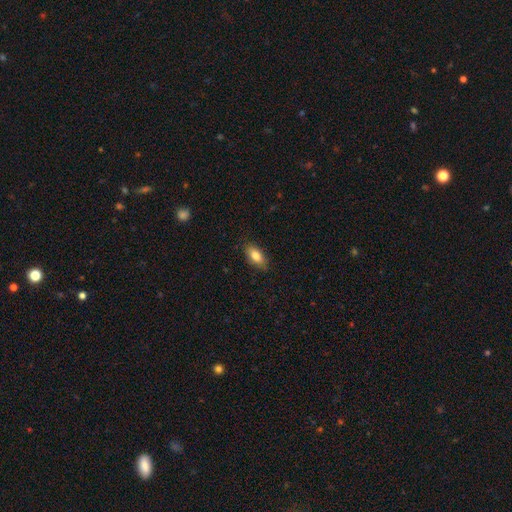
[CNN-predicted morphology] type=smooth (82%); roundness=in between (86%); merging=none (84%).